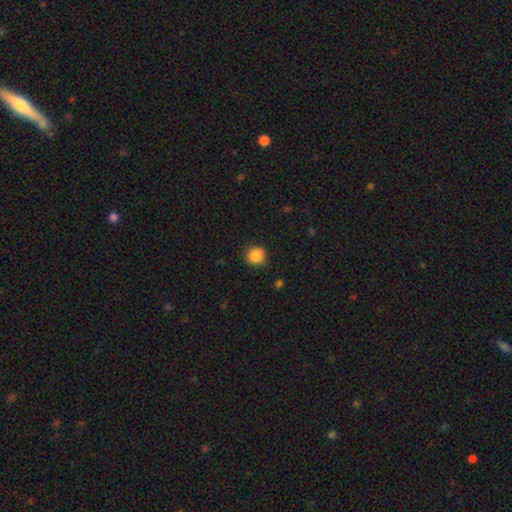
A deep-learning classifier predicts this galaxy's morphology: smooth-or-featured: smooth: 87% | star or artifact: 9% | featured or disk: 4%
  how-rounded: round: 86% | in between: 13% | cigar-shaped: 1%
  merging: none: 86% | minor disturbance: 10% | major disturbance: 3% | merger: 1%